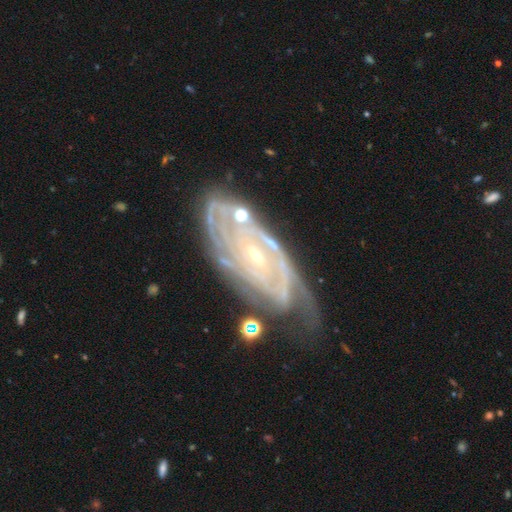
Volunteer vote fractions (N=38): This is clearly a featured or disk galaxy (95%). It is clearly not viewed edge-on (94%). Bar: possibly no (47%). Spiral arm pattern: clearly yes (91%). Spiral arm count: possibly can't tell (48%). Spiral winding: likely tight (71%). Central bulge: likely small (74%). Merging: possibly minor disturbance (50%).